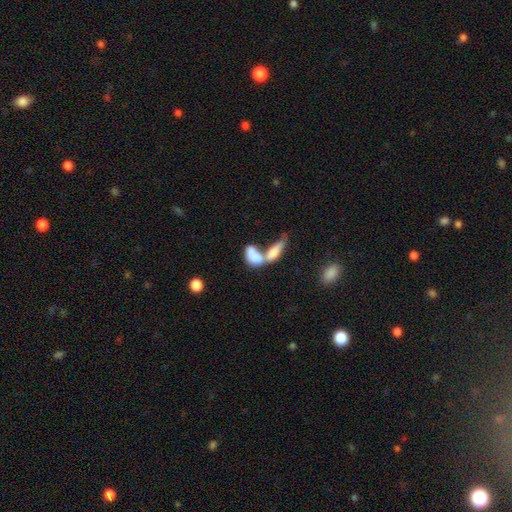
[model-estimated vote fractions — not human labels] Overall: smooth (74%). How rounded: in between (84%). Merging: merger (72%).